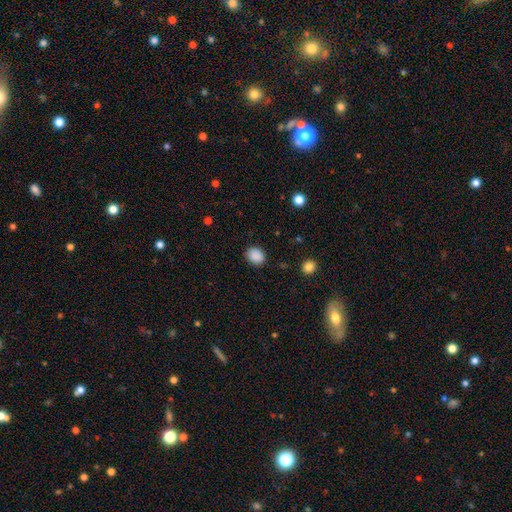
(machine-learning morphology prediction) Smooth or featured? Predicted: smooth (p=0.88). How rounded? Predicted: round (p=0.56). Merging? Predicted: none (p=0.87).